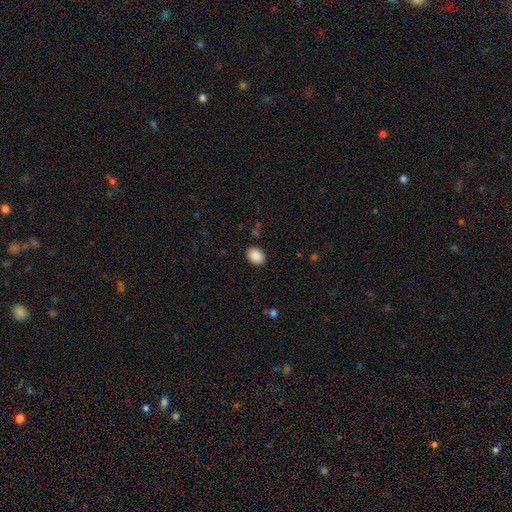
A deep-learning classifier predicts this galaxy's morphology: Smooth or featured: smooth — 89% (star or artifact — 8%)
How rounded: in between — 65% (round — 34%)
Merging: none — 89% (minor disturbance — 8%)